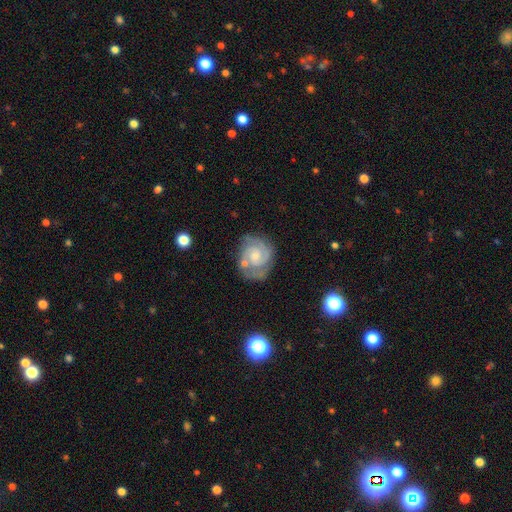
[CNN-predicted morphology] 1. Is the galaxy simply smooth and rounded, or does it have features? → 84% featured or disk, 10% smooth, 5% star or artifact.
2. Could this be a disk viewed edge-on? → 98% no, 2% yes.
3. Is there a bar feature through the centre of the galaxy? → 64% no, 31% weak, 5% strong.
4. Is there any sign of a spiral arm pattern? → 97% yes, 3% no.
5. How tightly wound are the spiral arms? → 60% tight, 34% medium, 6% loose.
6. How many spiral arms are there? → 68% 2, 14% 3, 10% can't tell, 3% 1, 2% 4, 2% more than 4.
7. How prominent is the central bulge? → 58% small, 33% moderate, 6% none, 2% large, 1% dominant.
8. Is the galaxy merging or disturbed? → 67% none, 19% minor disturbance, 8% merger, 7% major disturbance.